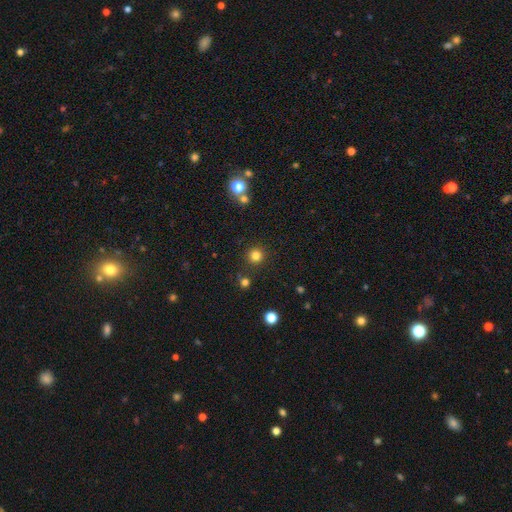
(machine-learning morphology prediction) Smooth or featured? smooth (81%)
How rounded? round (95%)
Merging? none (87%)